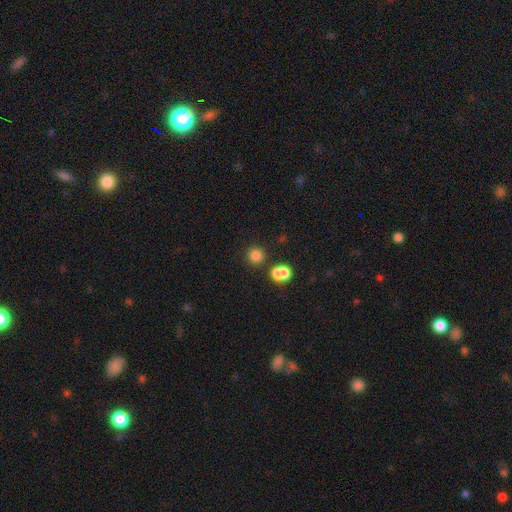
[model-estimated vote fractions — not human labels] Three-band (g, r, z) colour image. It shows a smooth galaxy with no disk features (82%) that is round (87%). Merging: none (73%).